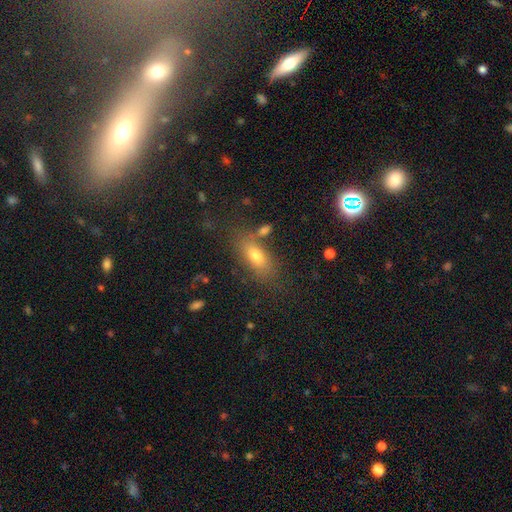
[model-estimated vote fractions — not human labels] Smooth or featured?
  - smooth: 72% *
  - featured or disk: 17%
  - star or artifact: 11%
How rounded?
  - in between: 80% *
  - cigar-shaped: 14%
  - round: 6%
Merging?
  - none: 72% *
  - minor disturbance: 14%
  - merger: 8%
  - major disturbance: 6%